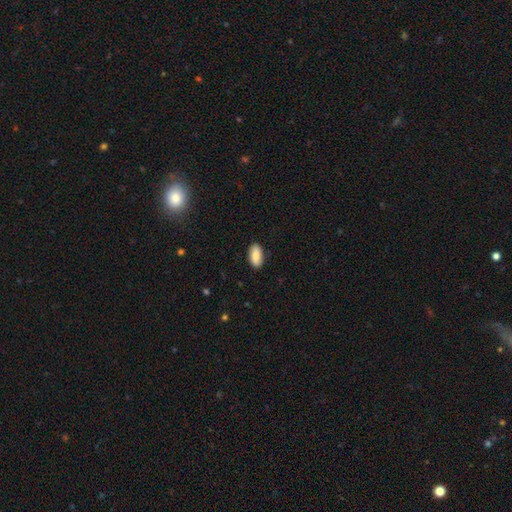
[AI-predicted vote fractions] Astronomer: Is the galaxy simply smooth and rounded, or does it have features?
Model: smooth — 81%.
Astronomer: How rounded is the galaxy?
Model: in between — 93%.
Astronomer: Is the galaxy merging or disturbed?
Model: none — 87%.